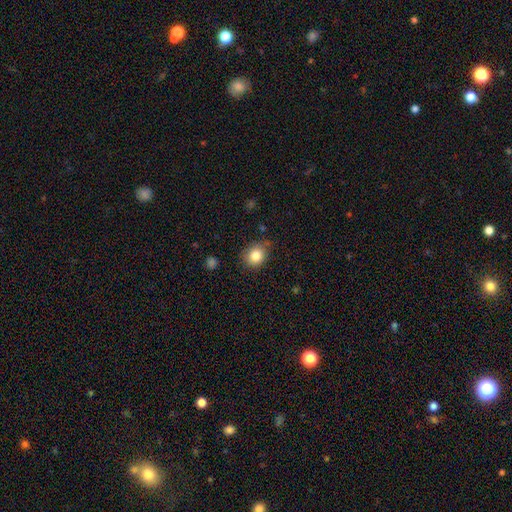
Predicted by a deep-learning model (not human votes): This is clearly a smooth galaxy (83%). How rounded: likely round (72%). Merging: likely none (73%).